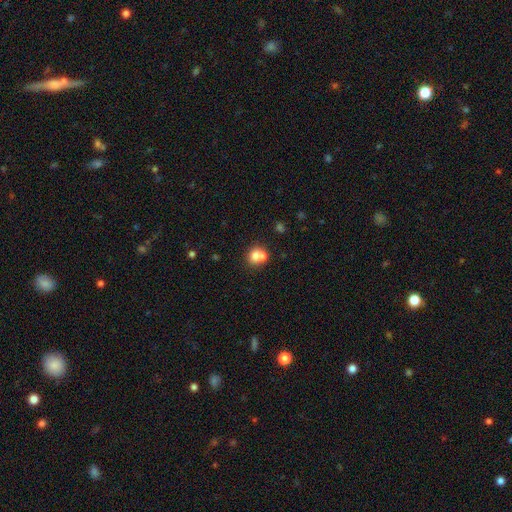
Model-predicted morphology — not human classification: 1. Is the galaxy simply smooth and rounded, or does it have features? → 72% smooth, 17% featured or disk, 11% star or artifact.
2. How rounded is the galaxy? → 78% round, 21% in between, 1% cigar-shaped.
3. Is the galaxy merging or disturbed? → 52% merger, 38% none, 7% minor disturbance, 3% major disturbance.